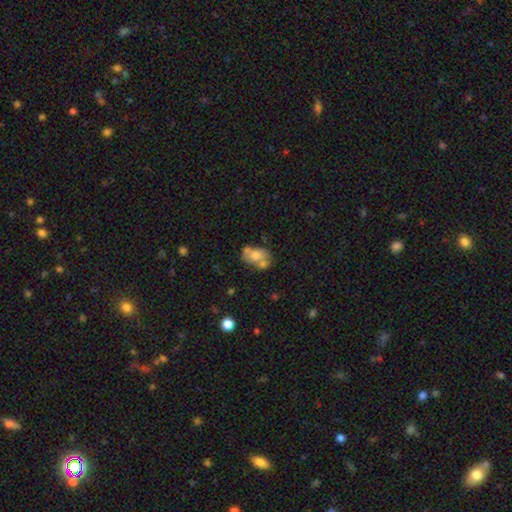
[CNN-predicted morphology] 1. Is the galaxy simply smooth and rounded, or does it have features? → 66% smooth, 25% featured or disk, 9% star or artifact.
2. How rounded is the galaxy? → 77% in between, 21% round, 2% cigar-shaped.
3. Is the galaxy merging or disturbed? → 40% merger, 35% none, 16% minor disturbance, 8% major disturbance.